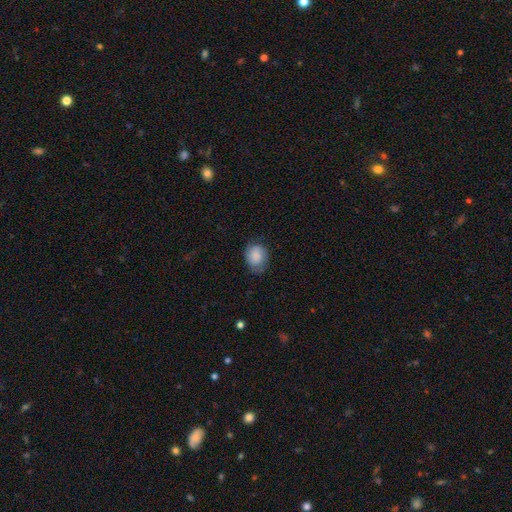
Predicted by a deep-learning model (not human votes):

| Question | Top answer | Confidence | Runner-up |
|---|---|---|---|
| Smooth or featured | smooth | 81% | featured or disk (12%) |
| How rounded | in between | 53% | round (46%) |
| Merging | none | 67% | minor disturbance (25%) |